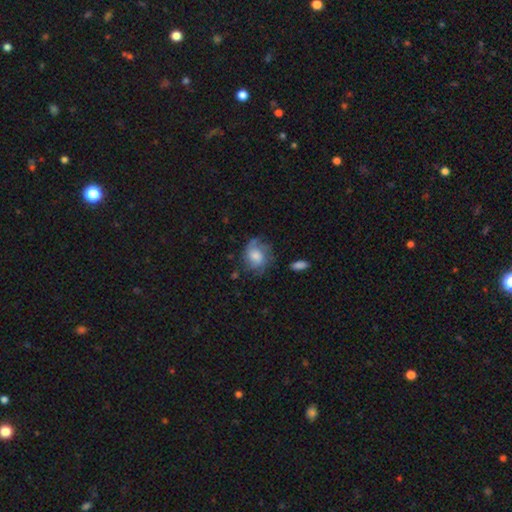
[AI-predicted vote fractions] Morphology: type=featured or disk (55%); edge-on=no (97%); bar=no (71%); spiral arms=yes (87%); bulge=moderate (34%); merging=none (59%).